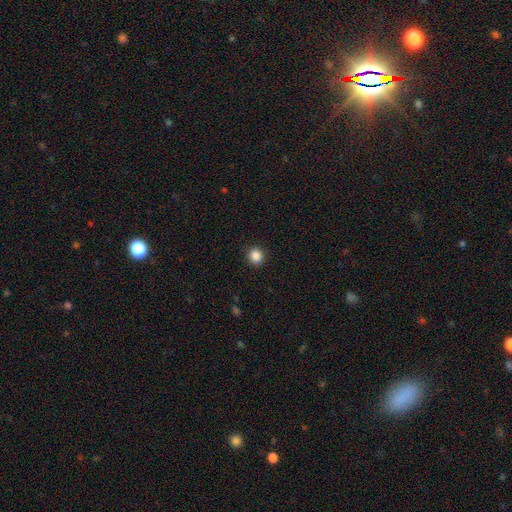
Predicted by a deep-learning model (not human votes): smooth 86%, star or artifact 10%, featured or disk 3%. Down the decision tree: how rounded — round (90%); merging — none (92%).